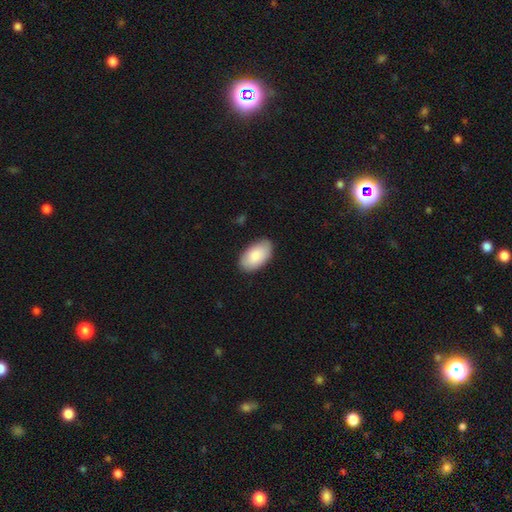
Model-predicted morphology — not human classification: Smooth or featured?
  - smooth: 86% *
  - featured or disk: 8%
  - star or artifact: 5%
How rounded?
  - in between: 96% *
  - round: 3%
  - cigar-shaped: 1%
Merging?
  - none: 86% *
  - minor disturbance: 11%
  - major disturbance: 2%
  - merger: 1%